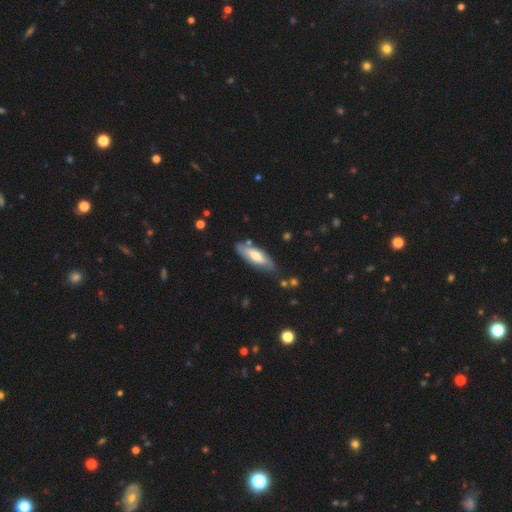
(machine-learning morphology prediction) Overall: smooth (58%; featured or disk 37%). How rounded: in between (61%; cigar-shaped 37%). Merging: none (78%).